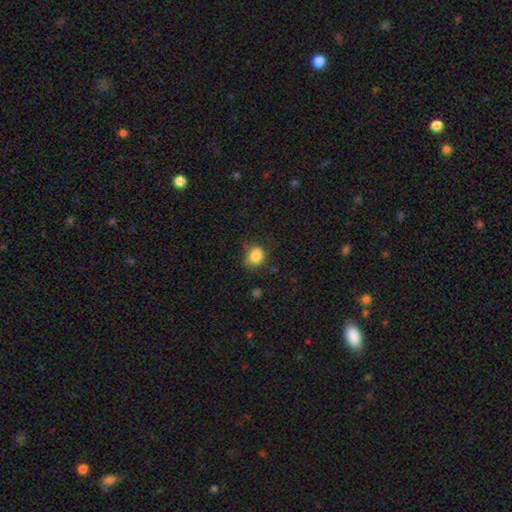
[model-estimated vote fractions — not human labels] Smooth or featured?
  - smooth: 84% *
  - star or artifact: 10%
  - featured or disk: 6%
How rounded?
  - round: 61% *
  - in between: 38%
  - cigar-shaped: 1%
Merging?
  - none: 58% *
  - minor disturbance: 29%
  - major disturbance: 10%
  - merger: 3%